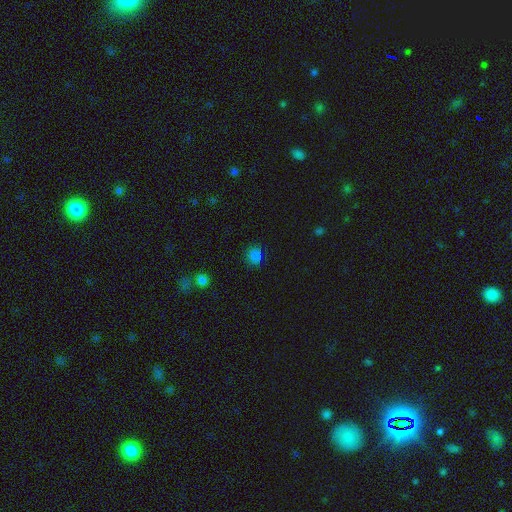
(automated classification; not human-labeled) The model was most divided on "how rounded": round: 68%, in between: 31%, cigar-shaped: 1%. More confident: merging — none (78%); smooth or featured — smooth (77%).